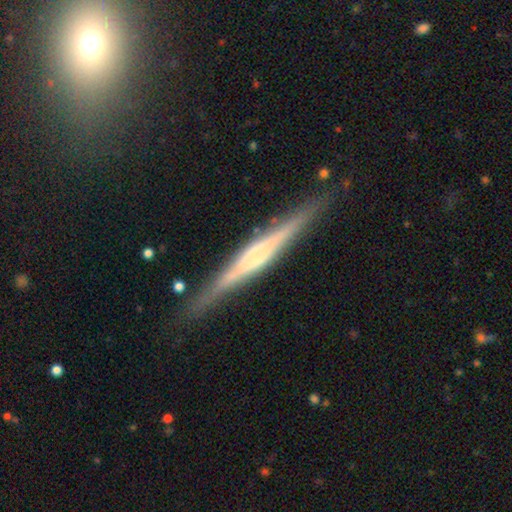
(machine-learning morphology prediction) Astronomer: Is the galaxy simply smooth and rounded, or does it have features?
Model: featured or disk — 79%.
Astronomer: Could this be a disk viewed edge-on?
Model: yes — 98%.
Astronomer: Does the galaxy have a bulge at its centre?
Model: boxy — 45% (runner-up: rounded, 38%).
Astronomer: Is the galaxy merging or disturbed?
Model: none — 87%.